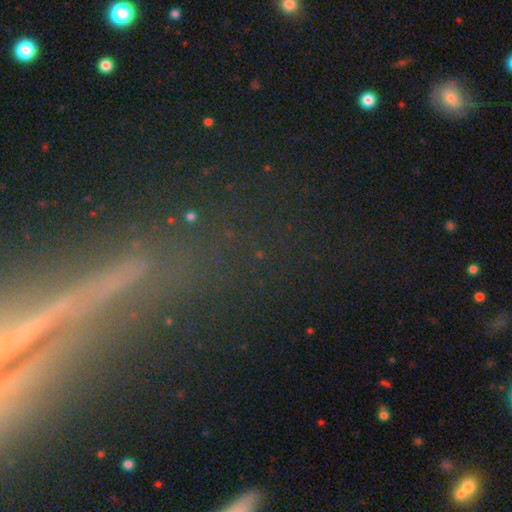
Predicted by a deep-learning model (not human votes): Morphology: type=star or artifact (45%).